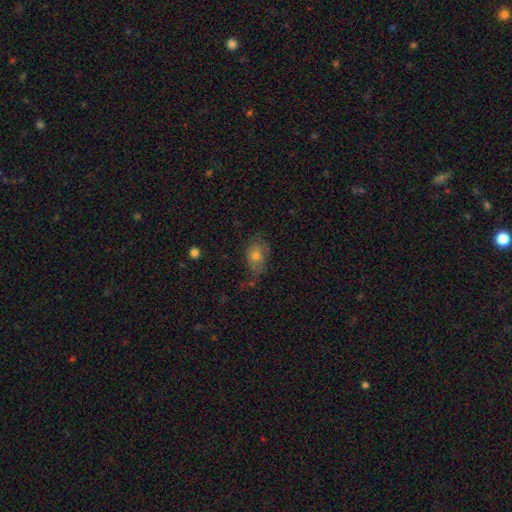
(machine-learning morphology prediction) Q: Smooth or featured?
A: smooth (63%); runner-up: featured or disk (26%)
Q: How rounded?
A: in between (75%); runner-up: round (22%)
Q: Merging?
A: none (53%); runner-up: minor disturbance (30%)